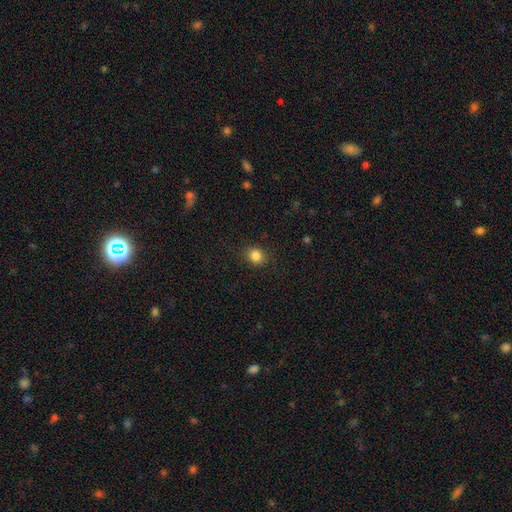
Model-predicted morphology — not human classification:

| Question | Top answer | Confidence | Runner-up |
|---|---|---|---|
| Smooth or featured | smooth | 85% | star or artifact (11%) |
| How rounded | round | 74% | in between (25%) |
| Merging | none | 86% | minor disturbance (9%) |